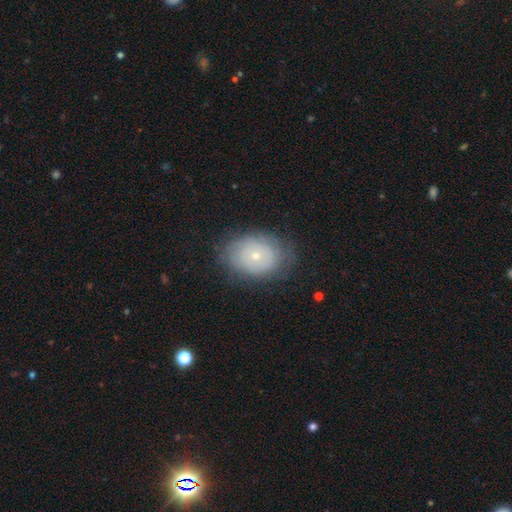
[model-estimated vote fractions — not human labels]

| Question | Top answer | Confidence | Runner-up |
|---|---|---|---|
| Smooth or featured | featured or disk | 47% | smooth (44%) |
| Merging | none | 76% | minor disturbance (17%) |